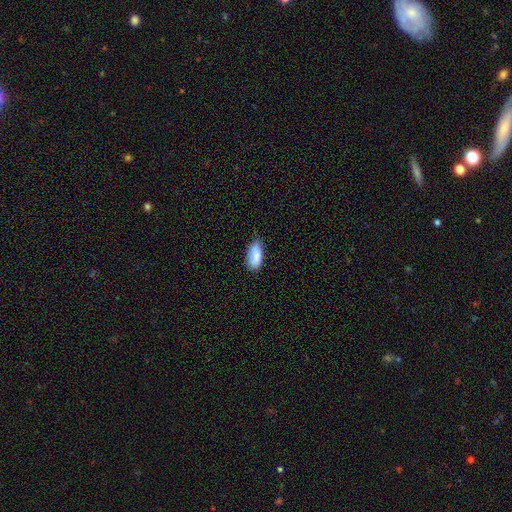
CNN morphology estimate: Overall: smooth (85%). How rounded: in between (89%). Merging: none (66%; minor disturbance 29%).